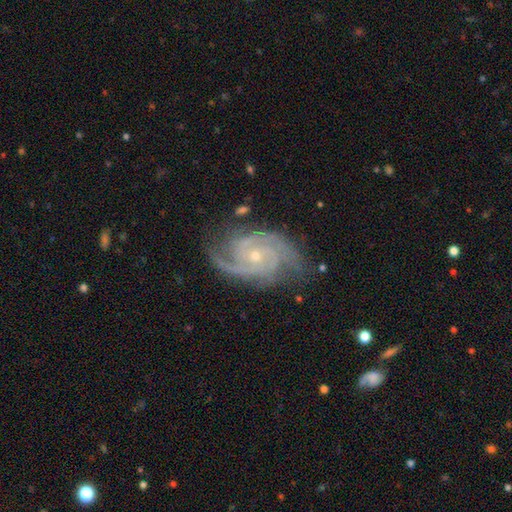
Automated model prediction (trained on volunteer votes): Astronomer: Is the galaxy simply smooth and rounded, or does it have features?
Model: featured or disk — 92%.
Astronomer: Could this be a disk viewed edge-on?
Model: no — 97%.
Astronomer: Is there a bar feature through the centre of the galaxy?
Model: no — 72%.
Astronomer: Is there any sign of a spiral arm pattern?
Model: yes — 98%.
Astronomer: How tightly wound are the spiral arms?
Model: tight — 55% (runner-up: medium, 40%).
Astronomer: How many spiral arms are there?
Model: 3 — 38% (runner-up: 2, 37%).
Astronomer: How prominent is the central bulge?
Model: small — 70%.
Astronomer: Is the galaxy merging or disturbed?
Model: none — 75%.